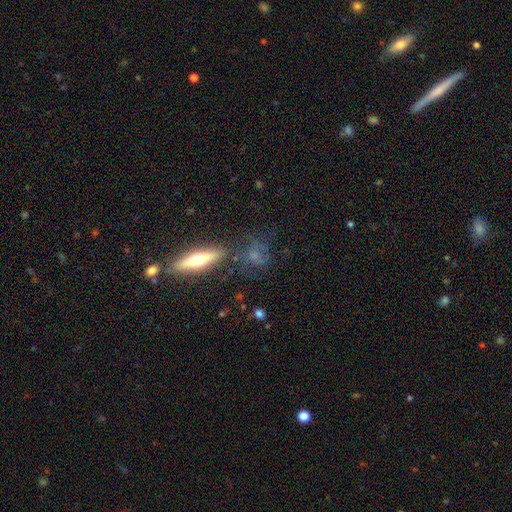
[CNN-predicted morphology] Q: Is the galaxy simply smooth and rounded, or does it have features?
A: smooth — 44%.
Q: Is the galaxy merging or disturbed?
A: none — 65%.